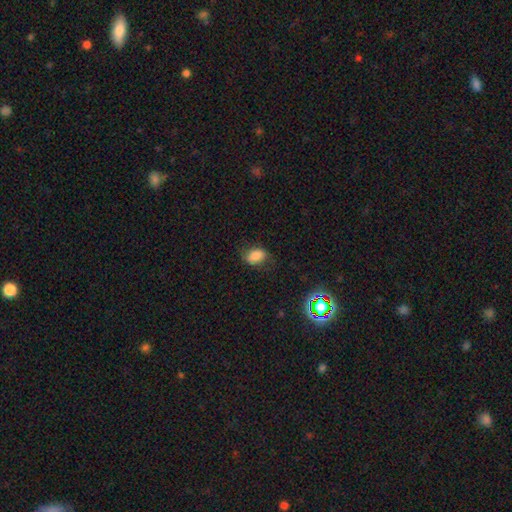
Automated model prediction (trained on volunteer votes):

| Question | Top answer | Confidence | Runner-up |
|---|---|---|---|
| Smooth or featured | smooth | 80% | star or artifact (10%) |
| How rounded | in between | 81% | round (17%) |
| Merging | none | 67% | minor disturbance (23%) |